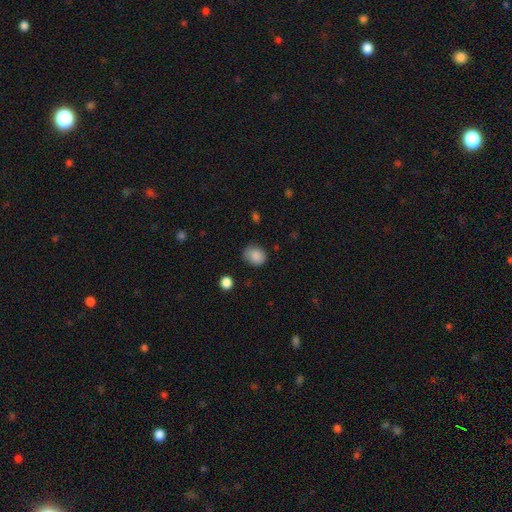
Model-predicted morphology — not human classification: The model was most divided on "how rounded": round: 62%, in between: 37%, cigar-shaped: 1%. More confident: smooth or featured — smooth (86%); merging — none (70%).